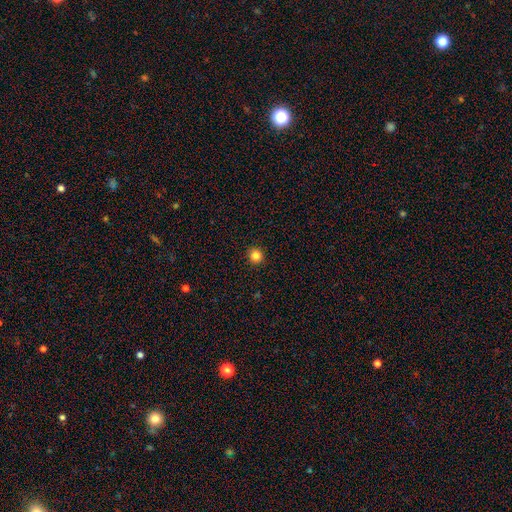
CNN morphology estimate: A smooth galaxy with no disk features (84%) that is round (94%). Merging: none (93%).